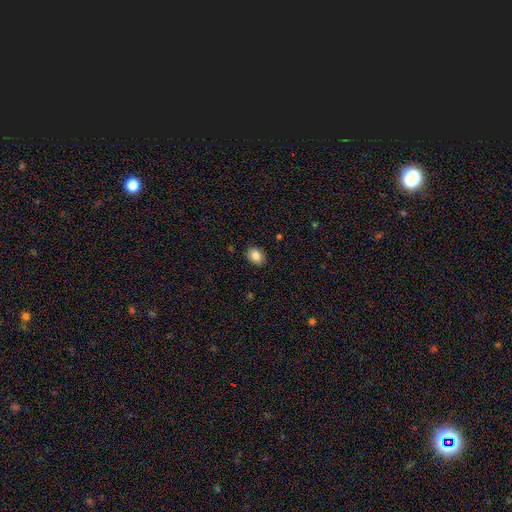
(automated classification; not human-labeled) A smooth galaxy with no disk features (86%) that is in between round and cigar-shaped (62%).

Vote fractions:
- Smooth or featured? smooth: 86% / star or artifact: 9% / featured or disk: 6%
- How rounded? in between: 62% / round: 37% / cigar-shaped: 1%
- Merging? none: 89% / minor disturbance: 8% / major disturbance: 2% / merger: 1%